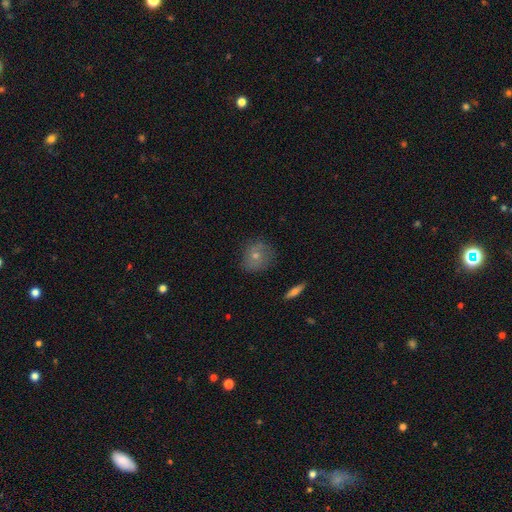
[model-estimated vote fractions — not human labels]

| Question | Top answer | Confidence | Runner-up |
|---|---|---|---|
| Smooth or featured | smooth | 58% | featured or disk (31%) |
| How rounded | round | 79% | in between (20%) |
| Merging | none | 74% | minor disturbance (19%) |